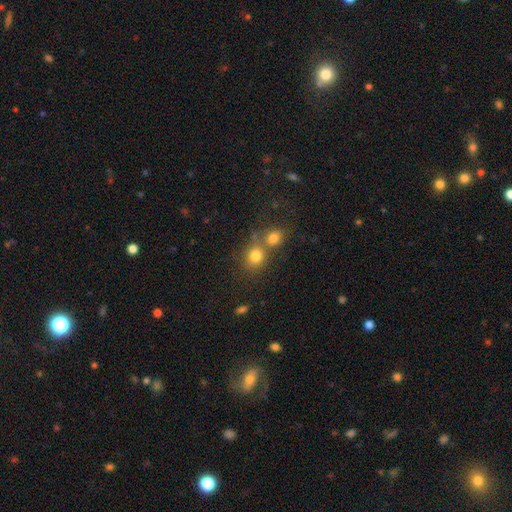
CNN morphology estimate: This is likely a smooth galaxy (79%). How rounded: likely round (74%). Merging: possibly none (47%).